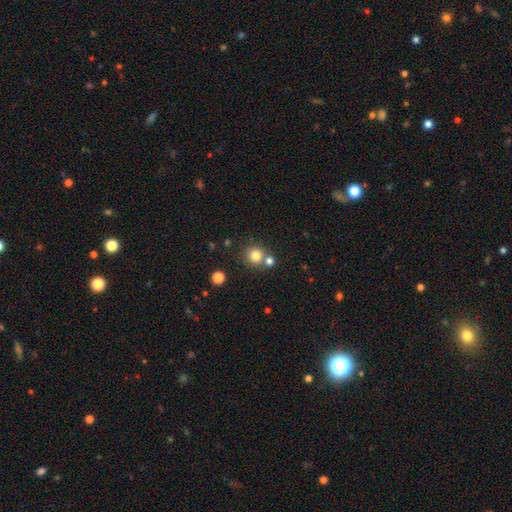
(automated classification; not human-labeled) Morphology: type=smooth (80%); roundness=round (91%); merging=none (70%).